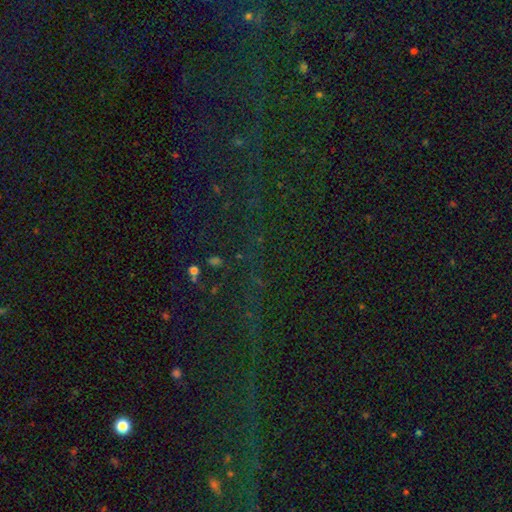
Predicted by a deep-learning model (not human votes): smooth_or_featured: star or artifact (p=0.78) [alt: smooth p=0.11]